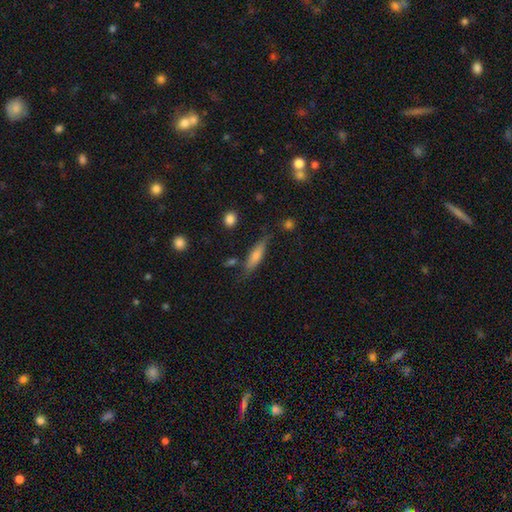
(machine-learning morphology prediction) The model was most divided on "smooth or featured": smooth: 60%, featured or disk: 33%, star or artifact: 8%. More confident: merging — none (75%); how rounded — cigar-shaped (70%).